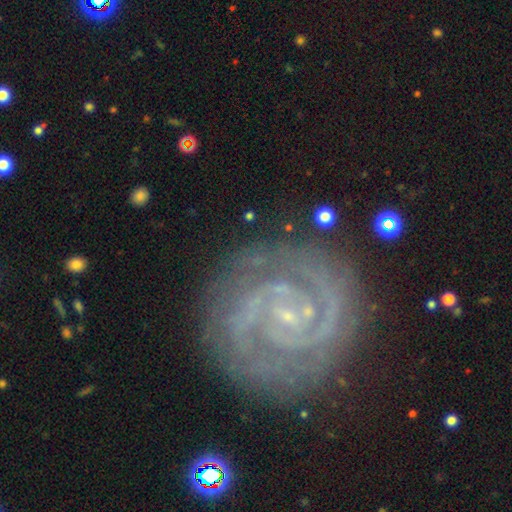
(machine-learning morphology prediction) type=featured or disk (89%); edge-on=no (98%); bar=weak (42%); spiral arms=yes (98%); winding=tight (72%); arm count=2 (59%); bulge=small (80%); merging=none (77%).